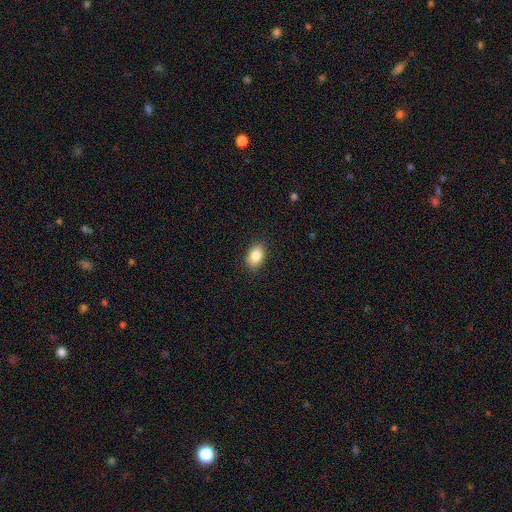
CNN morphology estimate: Smooth or featured?
  - smooth: 86% *
  - star or artifact: 8%
  - featured or disk: 7%
How rounded?
  - in between: 86% *
  - round: 12%
  - cigar-shaped: 1%
Merging?
  - none: 88% *
  - minor disturbance: 9%
  - major disturbance: 2%
  - merger: 1%